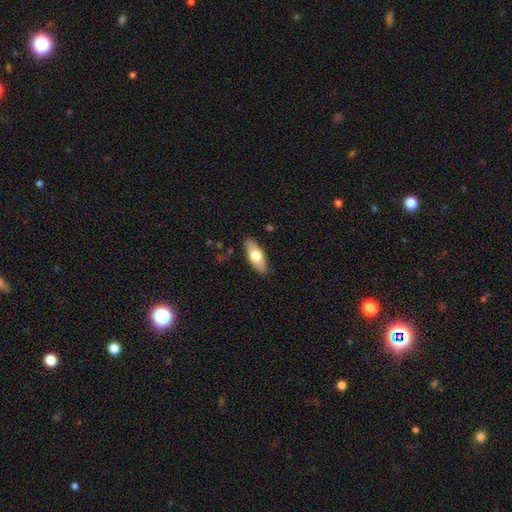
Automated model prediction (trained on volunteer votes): Smooth or featured?
  - smooth: 66% *
  - featured or disk: 28%
  - star or artifact: 6%
How rounded?
  - in between: 78% *
  - cigar-shaped: 20%
  - round: 3%
Merging?
  - none: 87% *
  - minor disturbance: 10%
  - major disturbance: 2%
  - merger: 1%